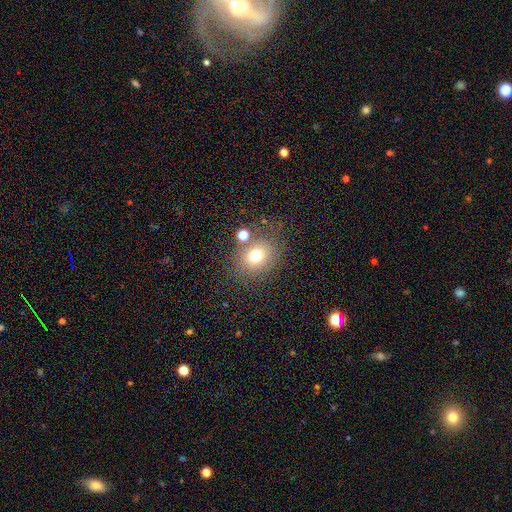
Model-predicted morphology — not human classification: type=smooth (70%); roundness=round (69%); merging=none (70%).